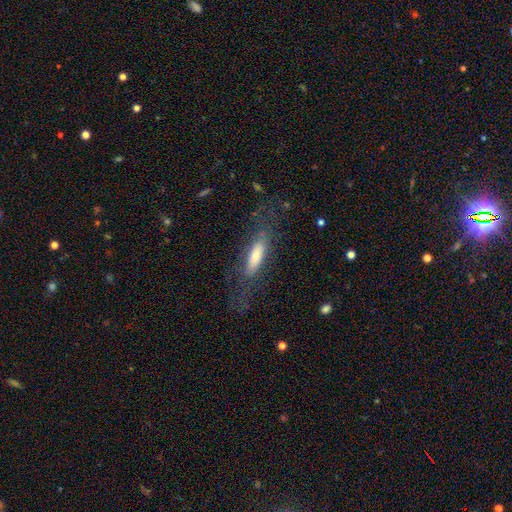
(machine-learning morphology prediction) Smooth or featured: smooth — 55% (featured or disk — 38%)
How rounded: cigar-shaped — 63% (in between — 35%)
Merging: none — 64% (minor disturbance — 19%)